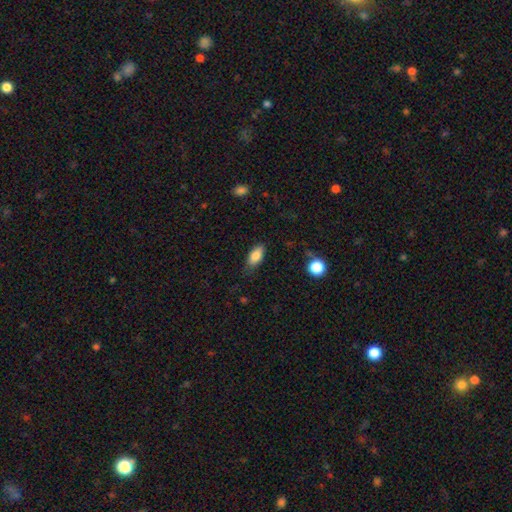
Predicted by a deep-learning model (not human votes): Overall: smooth (84%). How rounded: in between (87%). Merging: none (75%).